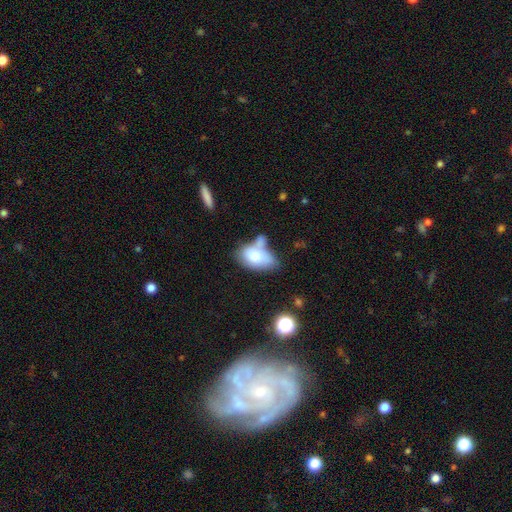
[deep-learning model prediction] This is likely a smooth galaxy (74%). How rounded: clearly in between (92%). Merging: marginally merger (36%).